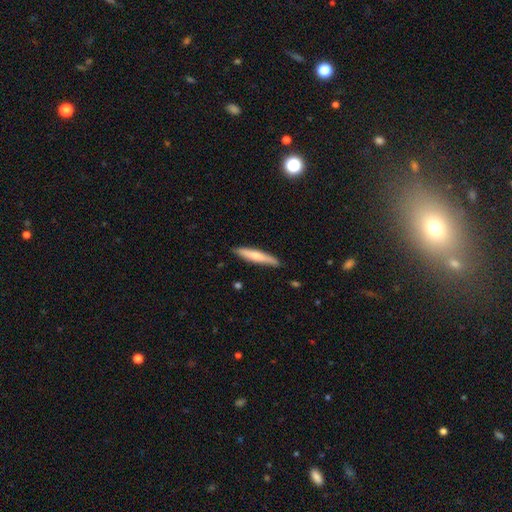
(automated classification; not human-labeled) The model was most divided on "smooth or featured": smooth: 67%, featured or disk: 28%, star or artifact: 5%. More confident: how rounded — cigar-shaped (91%); merging — none (86%).